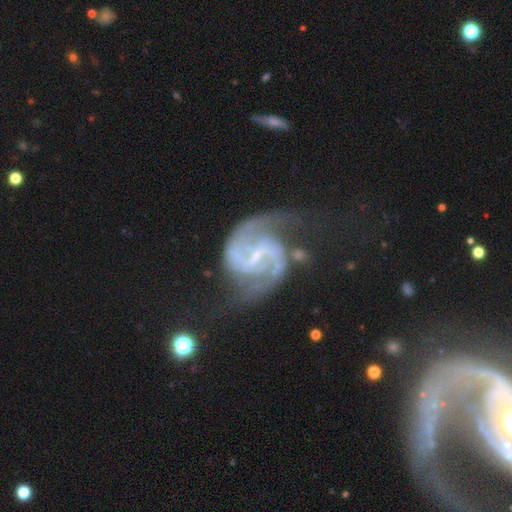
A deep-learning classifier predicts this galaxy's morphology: smooth_or_featured: featured or disk (p=0.91) [alt: star or artifact p=0.05]
disk_edge_on: no (p=0.98) [alt: yes p=0.02]
bar: weak (p=0.52) [alt: strong p=0.30]
has_spiral_arms: yes (p=0.98) [alt: no p=0.02]
spiral_winding: medium (p=0.56) [alt: loose p=0.23]
spiral_arm_count: 2 (p=0.90) [alt: can't tell p=0.03]
bulge_size: small (p=0.71) [alt: moderate p=0.17]
merging: none (p=0.60) [alt: minor disturbance p=0.19]